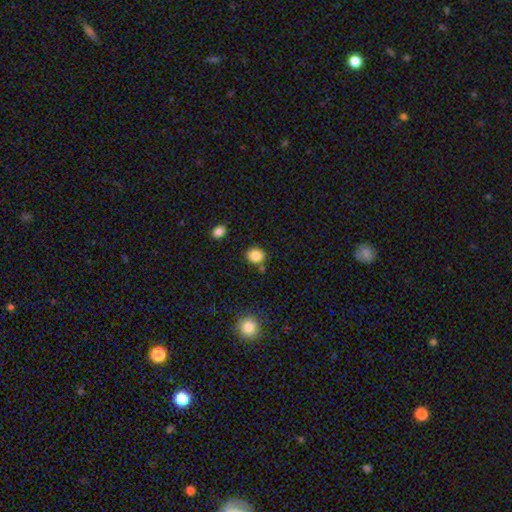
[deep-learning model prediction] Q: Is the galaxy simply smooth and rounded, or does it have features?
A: smooth — 85%.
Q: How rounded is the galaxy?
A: round — 66%.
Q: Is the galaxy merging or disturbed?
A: none — 77%.